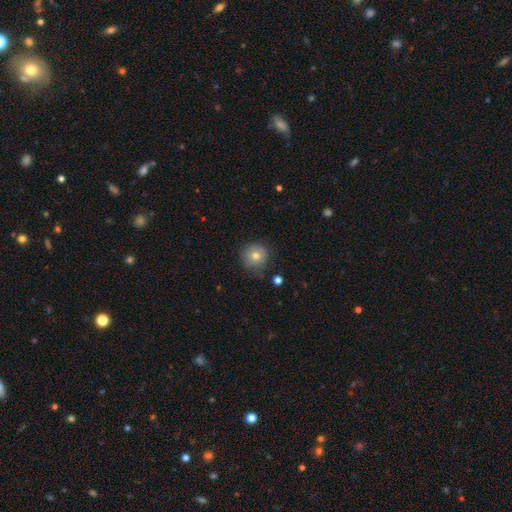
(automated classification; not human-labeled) Smooth or featured? Predicted: smooth (p=0.73). How rounded? Predicted: round (p=0.92). Merging? Predicted: none (p=0.71).